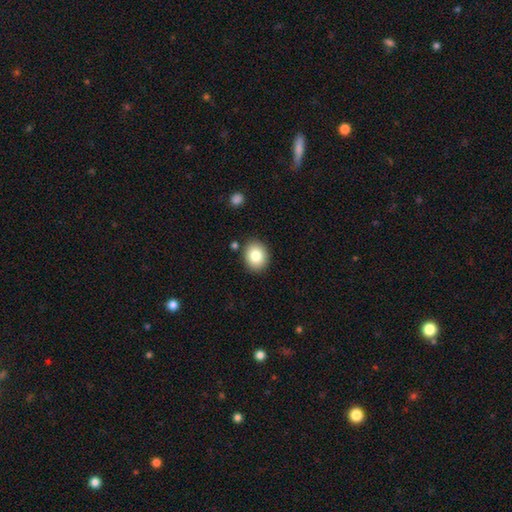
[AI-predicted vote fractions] Smooth or featured: smooth — 82% (star or artifact — 9%)
How rounded: round — 58% (in between — 42%)
Merging: none — 86% (minor disturbance — 9%)